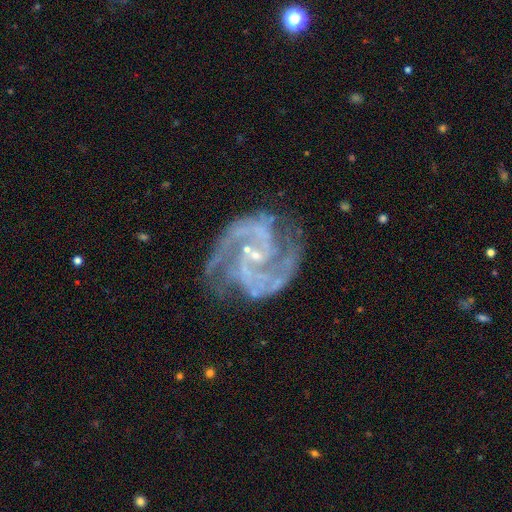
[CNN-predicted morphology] type=featured or disk (92%); edge-on=no (98%); bar=weak (43%); spiral arms=yes (98%); winding=medium (56%); arm count=2 (78%); bulge=small (79%); merging=none (69%).